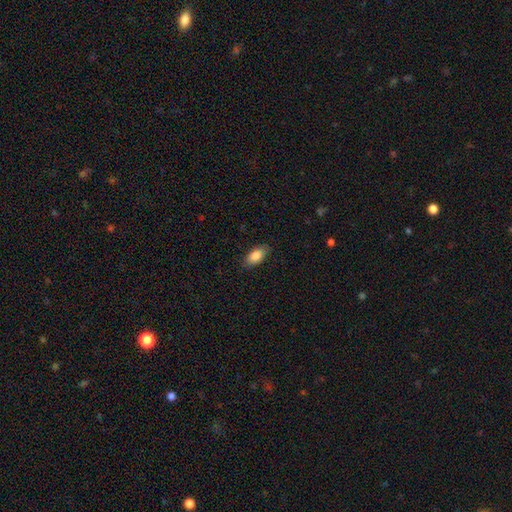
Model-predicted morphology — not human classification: A smooth galaxy with no disk features (85%) that is in between round and cigar-shaped (91%).

Vote fractions:
- Smooth or featured? smooth: 85% / featured or disk: 8% / star or artifact: 7%
- How rounded? in between: 91% / cigar-shaped: 6% / round: 3%
- Merging? none: 86% / minor disturbance: 11% / major disturbance: 2% / merger: 1%